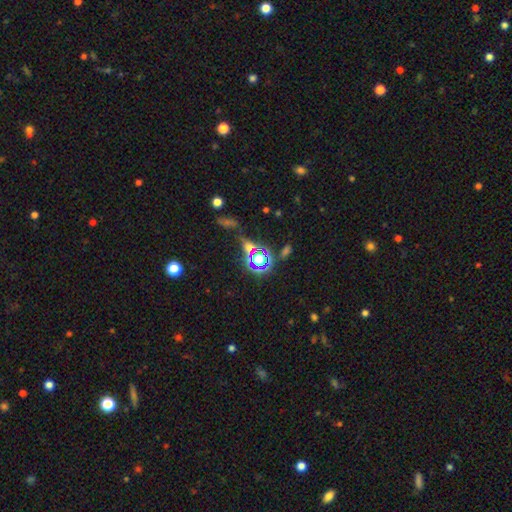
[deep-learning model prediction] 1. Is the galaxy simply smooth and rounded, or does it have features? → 68% star or artifact, 22% smooth, 10% featured or disk.